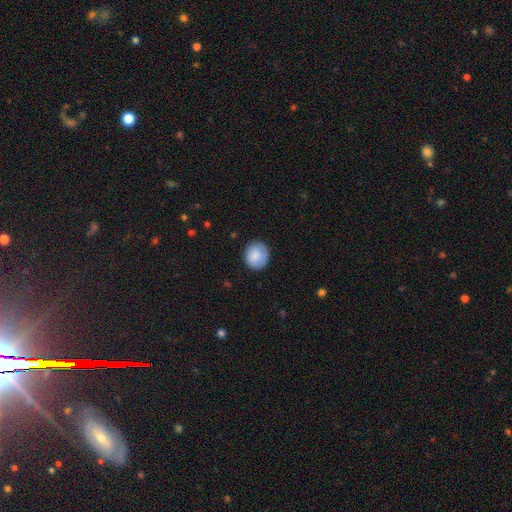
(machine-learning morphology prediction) The model was most divided on "how rounded": round: 85%, in between: 14%, cigar-shaped: 1%. More confident: smooth or featured — smooth (84%); merging — none (84%).